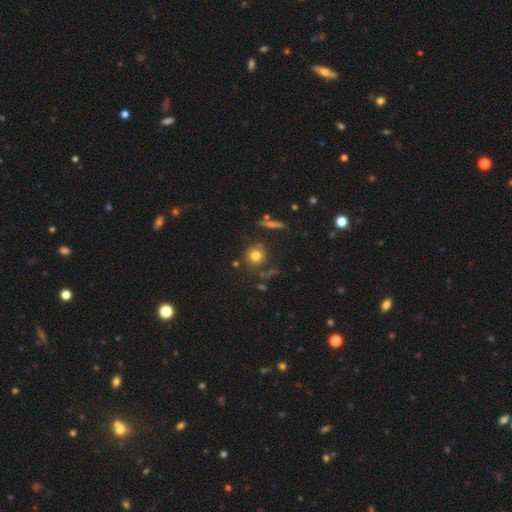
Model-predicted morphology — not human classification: A smooth galaxy with no disk features (75%) that is round (89%).

Vote fractions:
- Smooth or featured? smooth: 75% / star or artifact: 13% / featured or disk: 12%
- How rounded? round: 89% / in between: 9% / cigar-shaped: 2%
- Merging? none: 75% / minor disturbance: 12% / merger: 9% / major disturbance: 5%